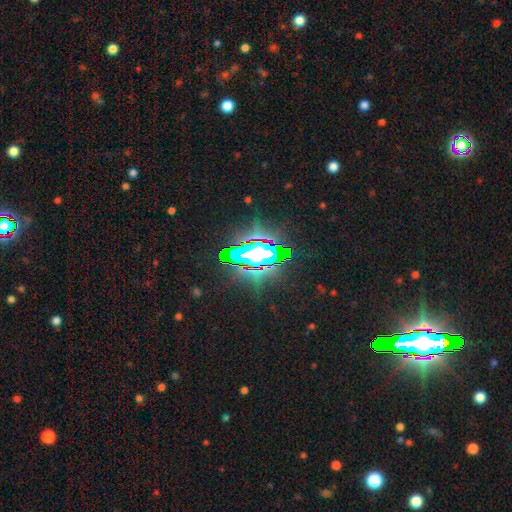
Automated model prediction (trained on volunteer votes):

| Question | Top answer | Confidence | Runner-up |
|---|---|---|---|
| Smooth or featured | star or artifact | 69% | smooth (16%) |